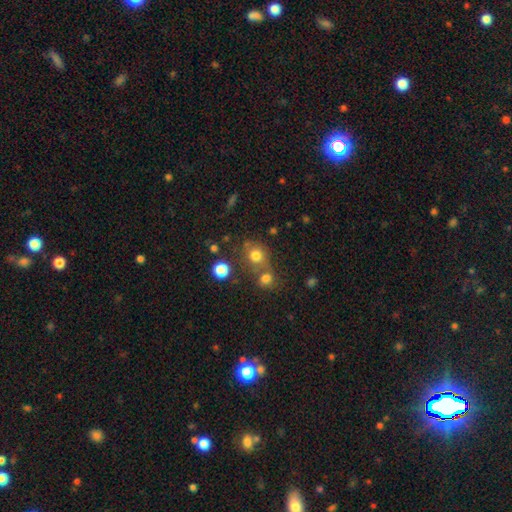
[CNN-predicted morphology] Smooth or featured: smooth — 76% (star or artifact — 16%)
How rounded: round — 82% (in between — 17%)
Merging: none — 55% (merger — 30%)